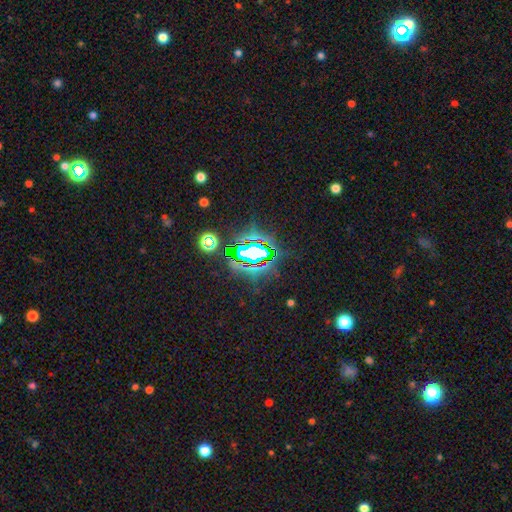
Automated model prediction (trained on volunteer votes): A star or artifact, not a galaxy (74%).

Vote fractions:
- Smooth or featured? star or artifact: 74% / smooth: 14% / featured or disk: 12%